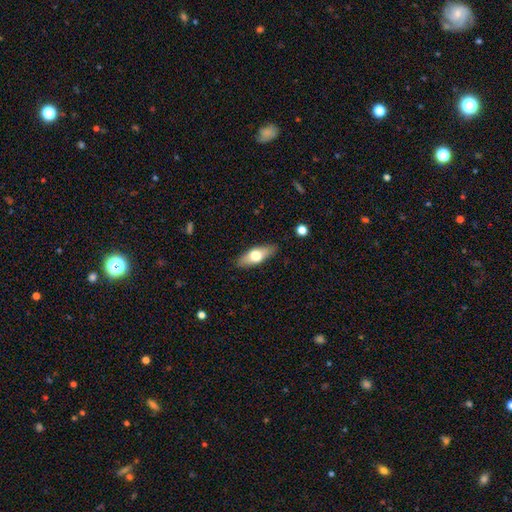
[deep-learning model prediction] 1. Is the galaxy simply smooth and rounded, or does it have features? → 60% smooth, 34% featured or disk, 6% star or artifact.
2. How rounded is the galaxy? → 68% in between, 28% cigar-shaped, 3% round.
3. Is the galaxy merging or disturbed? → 86% none, 10% minor disturbance, 2% major disturbance, 1% merger.